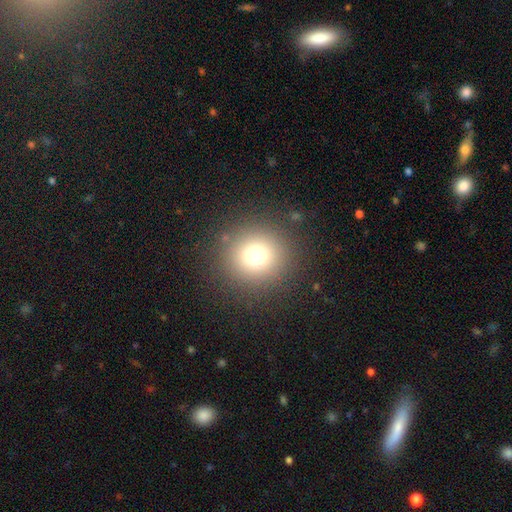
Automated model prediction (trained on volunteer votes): Morphology: type=smooth (74%); roundness=round (94%); merging=none (89%).